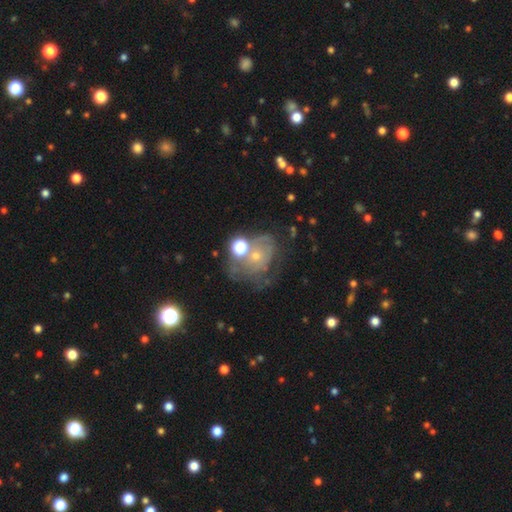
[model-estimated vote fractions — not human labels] Smooth or featured: featured or disk — 55% (smooth — 26%)
Edge-on disk: no — 97% (yes — 3%)
Bar: no — 83% (weak — 14%)
Spiral arms: yes — 60% (no — 40%)
Bulge size: small — 59% (moderate — 30%)
Merging: none — 45% (major disturbance — 21%)